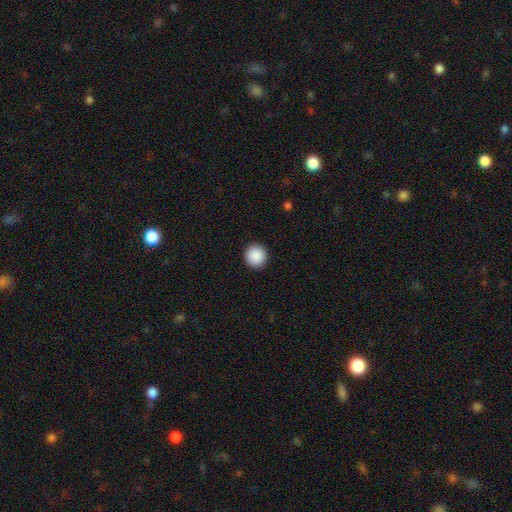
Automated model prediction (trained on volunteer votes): smooth-or-featured: smooth: 90% | star or artifact: 8% | featured or disk: 2%
  how-rounded: round: 94% | in between: 5% | cigar-shaped: 1%
  merging: none: 93% | minor disturbance: 5% | major disturbance: 2% | merger: 1%